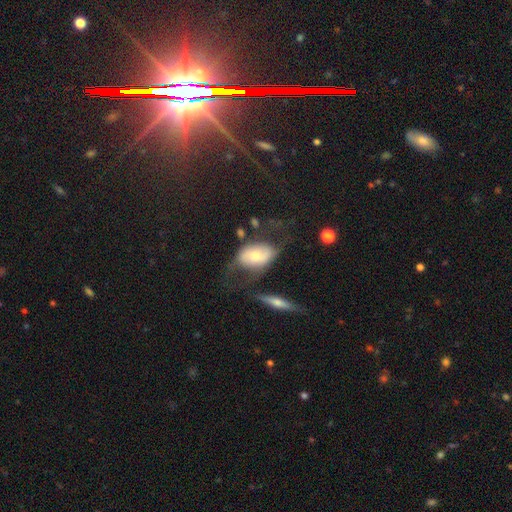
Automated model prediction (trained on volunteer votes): Smooth or featured? Predicted: smooth (p=0.47, tied with featured or disk). Merging? Predicted: none (p=0.43).